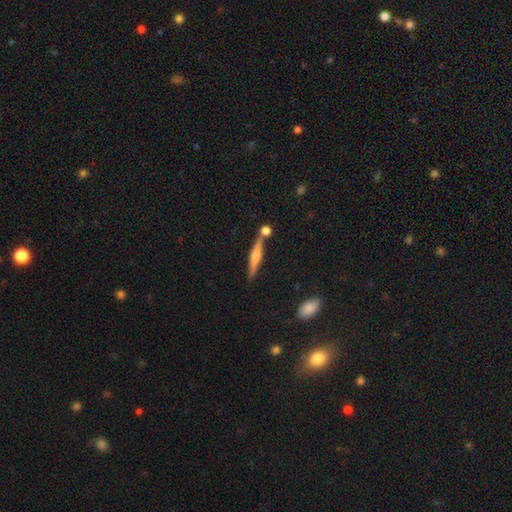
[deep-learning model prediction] Smooth or featured?
  - featured or disk: 56% *
  - smooth: 36%
  - star or artifact: 8%
Edge-on disk?
  - yes: 96% *
  - no: 4%
Edge-on bulge?
  - rounded: 76% *
  - boxy: 14%
  - none: 10%
Merging?
  - none: 74% *
  - merger: 12%
  - minor disturbance: 10%
  - major disturbance: 3%